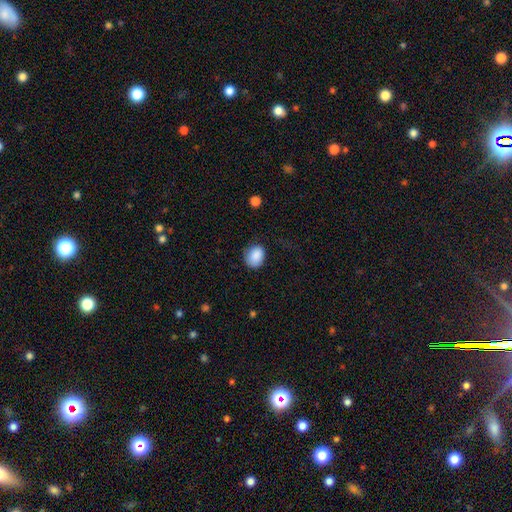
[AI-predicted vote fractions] Smooth or featured? Predicted: smooth (p=0.88). How rounded? Predicted: round (p=0.50). Merging? Predicted: none (p=0.73).